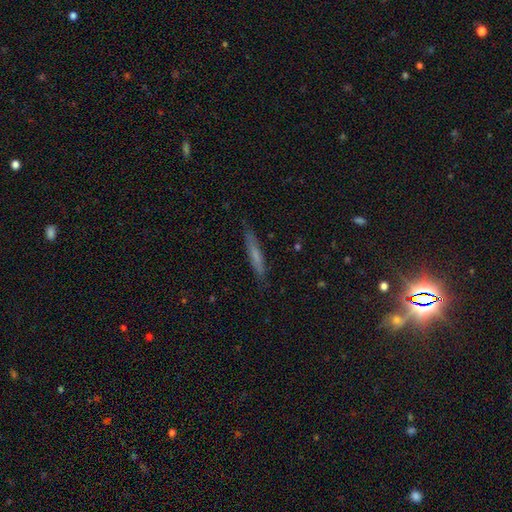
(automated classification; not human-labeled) Smooth or featured? Predicted: smooth (p=0.59). How rounded? Predicted: cigar-shaped (p=0.93). Merging? Predicted: none (p=0.85).